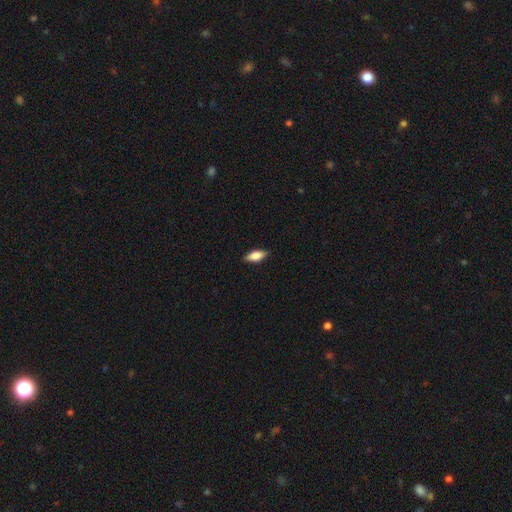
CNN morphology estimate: The model was most divided on "how rounded": in between: 76%, cigar-shaped: 22%, round: 3%. More confident: merging — none (88%); smooth or featured — smooth (74%).